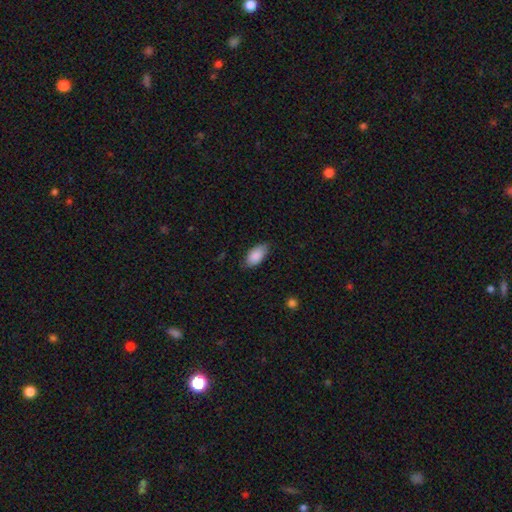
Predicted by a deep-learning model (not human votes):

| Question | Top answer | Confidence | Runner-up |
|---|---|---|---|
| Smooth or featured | smooth | 88% | star or artifact (6%) |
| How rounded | in between | 94% | cigar-shaped (4%) |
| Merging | none | 78% | minor disturbance (18%) |